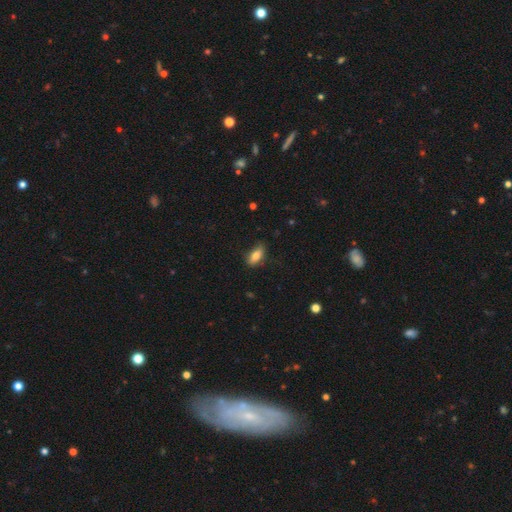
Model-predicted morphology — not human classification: Smooth or featured? Predicted: smooth (p=0.81). How rounded? Predicted: in between (p=0.81). Merging? Predicted: none (p=0.75).